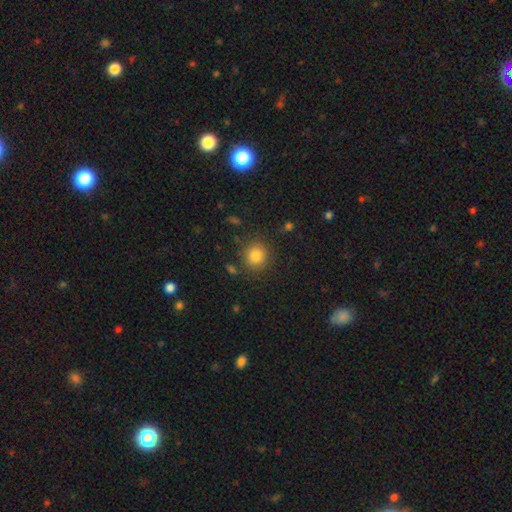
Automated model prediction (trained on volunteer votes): Smooth or featured? smooth (83%)
How rounded? round (90%)
Merging? none (85%)